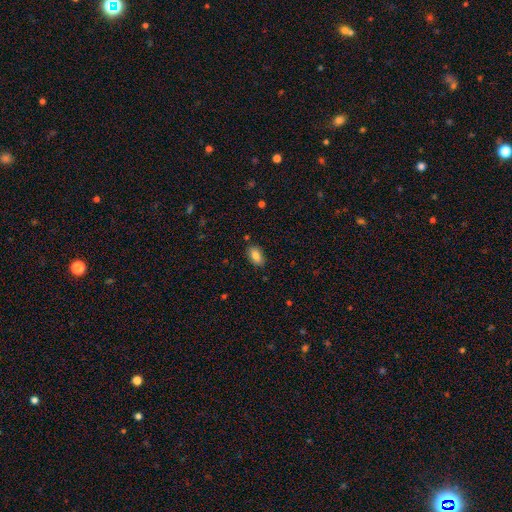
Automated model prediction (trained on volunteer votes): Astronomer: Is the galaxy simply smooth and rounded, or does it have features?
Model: smooth — 85%.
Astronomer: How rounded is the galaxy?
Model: in between — 91%.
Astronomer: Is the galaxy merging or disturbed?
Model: none — 85%.